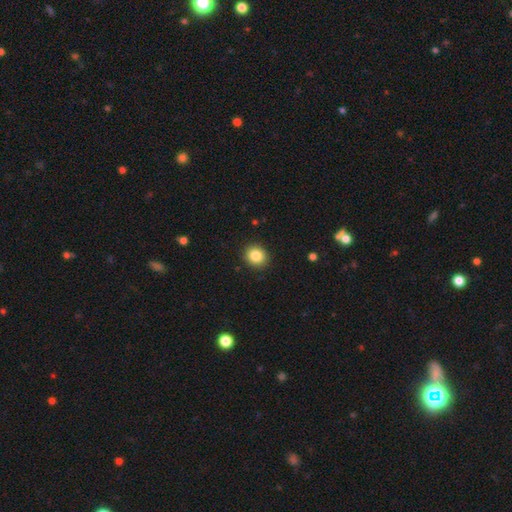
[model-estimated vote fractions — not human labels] This appears to be a smooth galaxy with no disk features (85%) that is round (80%). Merging: none (90%).